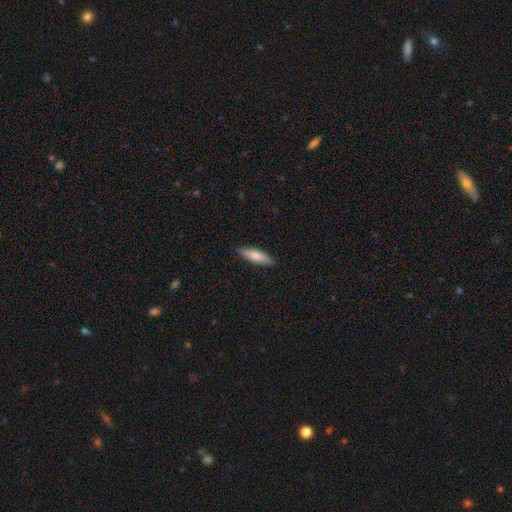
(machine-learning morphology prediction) The model was most divided on "how rounded": cigar-shaped: 67%, in between: 32%, round: 2%. More confident: merging — none (89%); smooth or featured — smooth (76%).